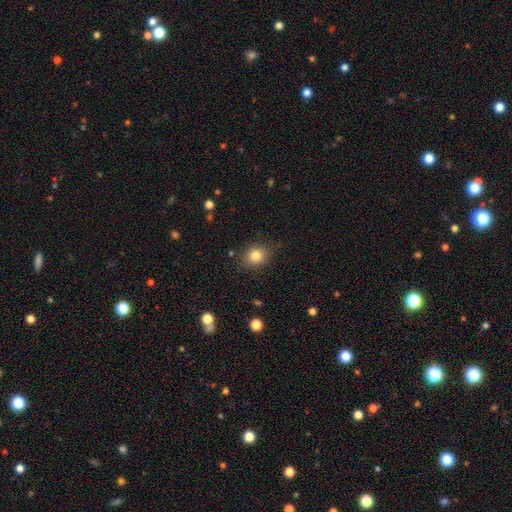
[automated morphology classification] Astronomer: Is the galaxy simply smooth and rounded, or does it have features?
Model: smooth — 81%.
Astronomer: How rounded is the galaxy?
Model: round — 65%.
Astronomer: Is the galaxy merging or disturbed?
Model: none — 80%.